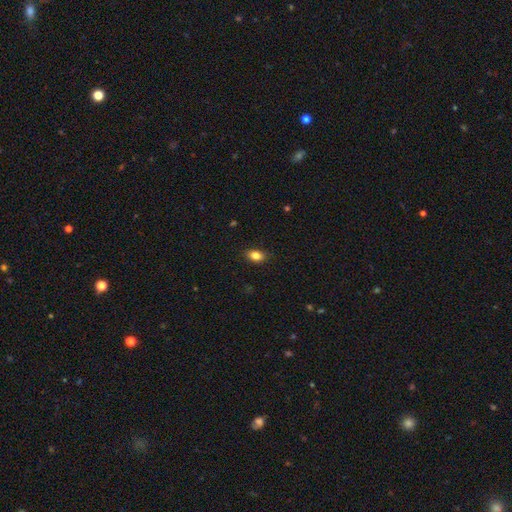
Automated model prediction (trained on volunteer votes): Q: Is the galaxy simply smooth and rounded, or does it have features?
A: smooth — 84%.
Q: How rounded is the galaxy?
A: in between — 82%.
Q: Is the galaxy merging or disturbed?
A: none — 87%.